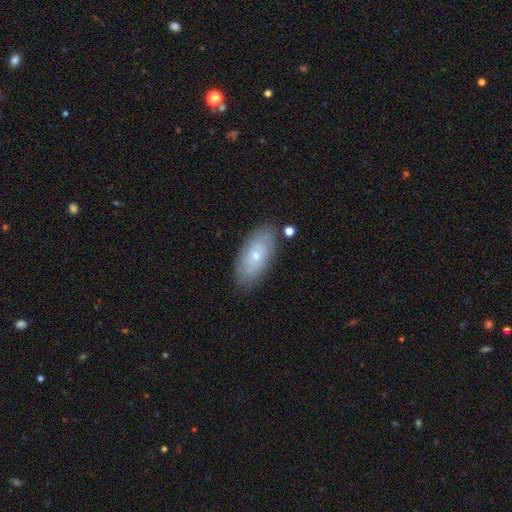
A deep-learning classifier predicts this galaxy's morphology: Q: Smooth or featured?
A: smooth (47%); runner-up: featured or disk (46%)
Q: Merging?
A: none (80%); runner-up: minor disturbance (14%)